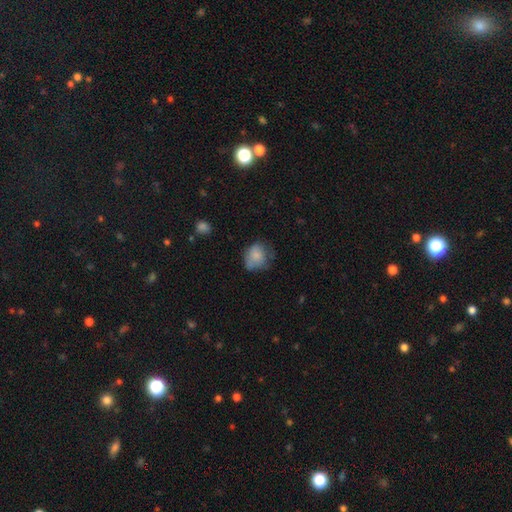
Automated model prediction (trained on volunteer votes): smooth_or_featured: smooth (p=0.77) [alt: featured or disk p=0.14]
how_rounded: round (p=0.63) [alt: in between p=0.36]
merging: none (p=0.47) [alt: minor disturbance p=0.34]